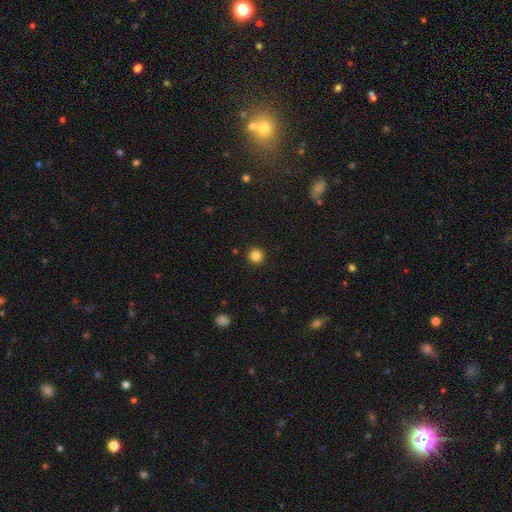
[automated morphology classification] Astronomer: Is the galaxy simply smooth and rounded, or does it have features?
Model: smooth — 84%.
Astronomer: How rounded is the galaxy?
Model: round — 94%.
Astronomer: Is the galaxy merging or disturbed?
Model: none — 93%.